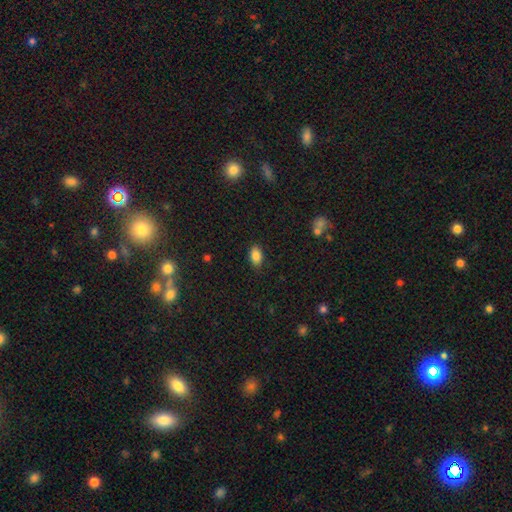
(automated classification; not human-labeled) Overall: smooth (85%). How rounded: in between (89%). Merging: none (85%).